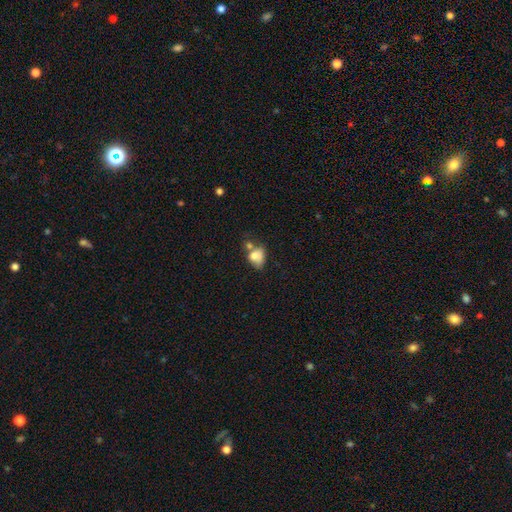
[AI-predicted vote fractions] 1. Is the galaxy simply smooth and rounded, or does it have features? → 70% smooth, 19% featured or disk, 10% star or artifact.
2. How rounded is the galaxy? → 65% in between, 33% round, 1% cigar-shaped.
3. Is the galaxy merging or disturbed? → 40% merger, 27% none, 20% minor disturbance, 13% major disturbance.